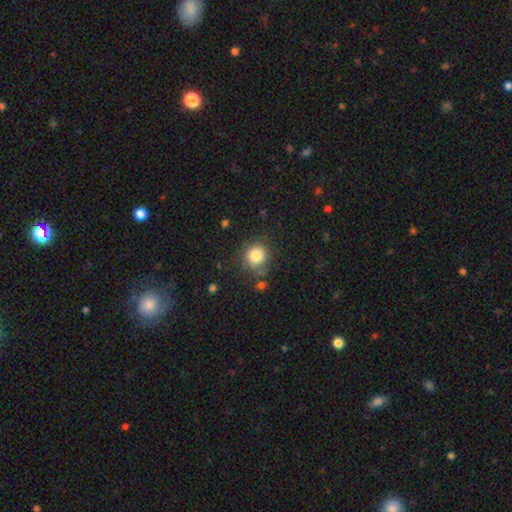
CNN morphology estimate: smooth_or_featured: smooth (p=0.83) [alt: star or artifact p=0.11]
how_rounded: round (p=0.90) [alt: in between p=0.09]
merging: none (p=0.79) [alt: minor disturbance p=0.12]